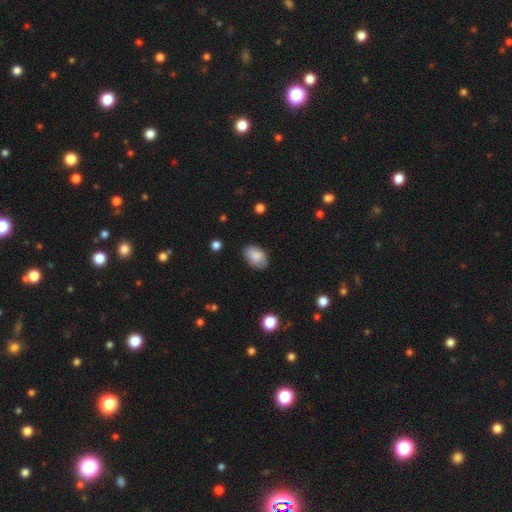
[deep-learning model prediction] Smooth or featured? Predicted: smooth (p=0.85). How rounded? Predicted: in between (p=0.89). Merging? Predicted: none (p=0.78).